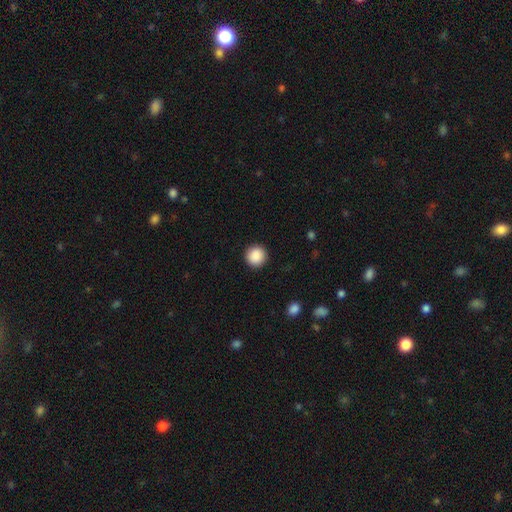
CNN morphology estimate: Smooth or featured? Predicted: smooth (p=0.89). How rounded? Predicted: round (p=0.95). Merging? Predicted: none (p=0.92).